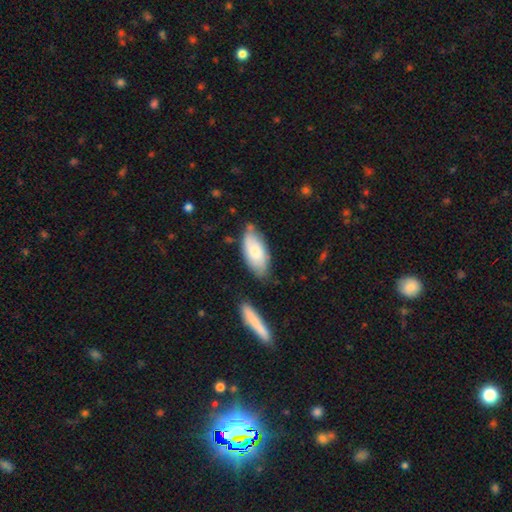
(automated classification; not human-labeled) Smooth or featured? smooth (73%)
How rounded? in between (89%)
Merging? none (68%)